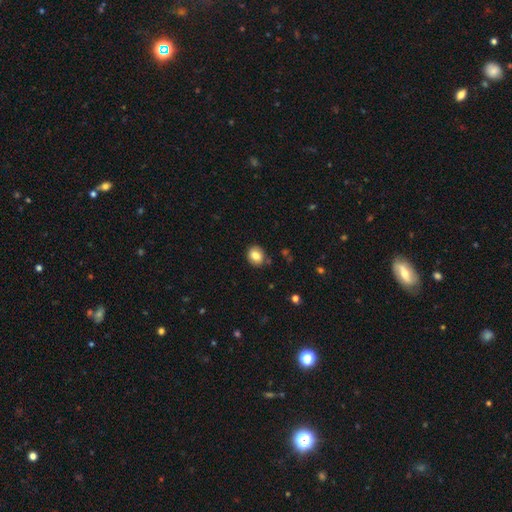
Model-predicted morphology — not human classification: Smooth or featured?
  - smooth: 83% *
  - star or artifact: 9%
  - featured or disk: 9%
How rounded?
  - round: 57% *
  - in between: 42%
  - cigar-shaped: 1%
Merging?
  - none: 84% *
  - minor disturbance: 11%
  - major disturbance: 3%
  - merger: 2%